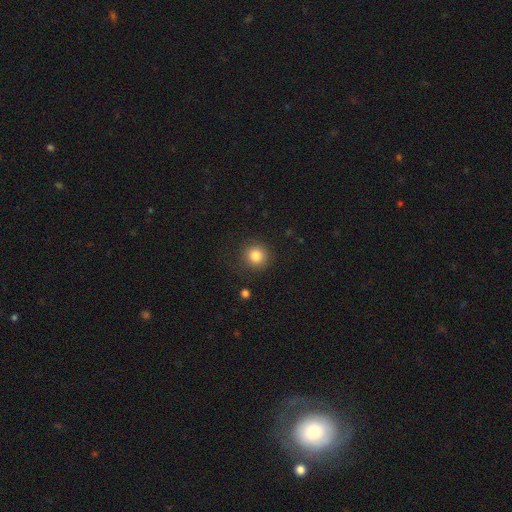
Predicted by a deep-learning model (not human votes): A smooth galaxy with no disk features (83%) that is round (94%). Merging: none (87%).